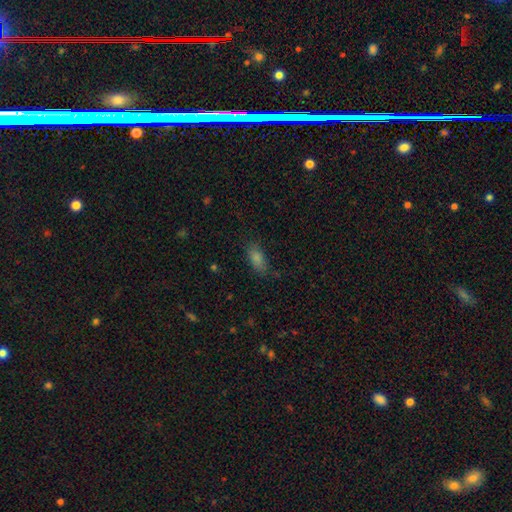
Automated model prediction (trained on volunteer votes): Q: Smooth or featured?
A: smooth (76%); runner-up: star or artifact (15%)
Q: How rounded?
A: in between (78%); runner-up: cigar-shaped (17%)
Q: Merging?
A: none (78%); runner-up: minor disturbance (16%)